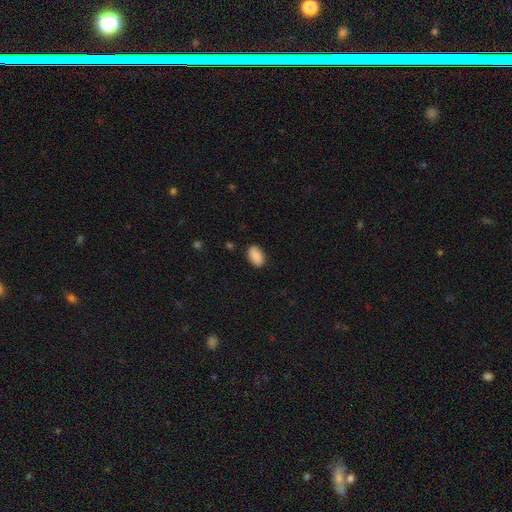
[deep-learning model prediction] Smooth or featured: smooth — 89% (star or artifact — 7%)
How rounded: in between — 92% (round — 7%)
Merging: none — 86% (minor disturbance — 11%)